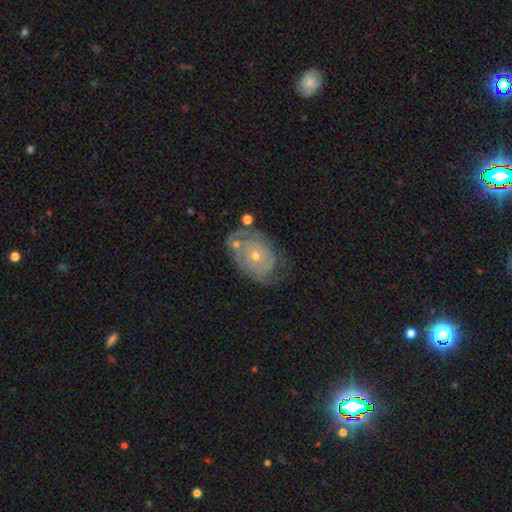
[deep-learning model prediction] Morphology: type=featured or disk (80%); edge-on=no (97%); bar=no (84%); spiral arms=yes (86%); winding=tight (72%); arm count=can't tell (40%); bulge=small (62%); merging=none (58%).